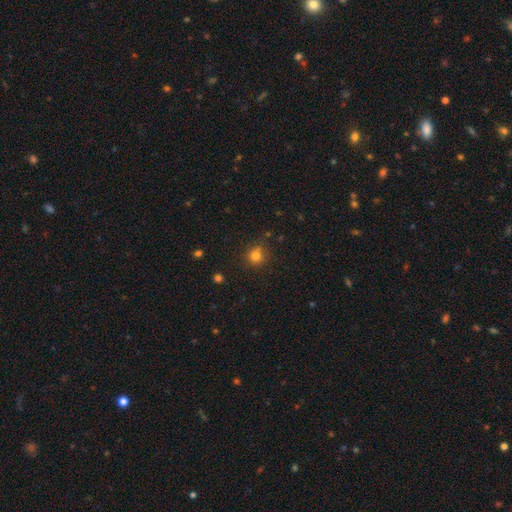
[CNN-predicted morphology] This is likely a smooth galaxy (80%). How rounded: clearly round (90%). Merging: clearly none (80%).